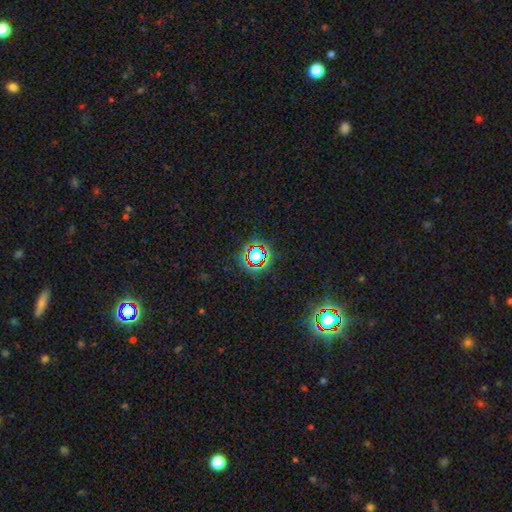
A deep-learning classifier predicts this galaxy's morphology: This is likely a star or artifact rather than a galaxy (67%).